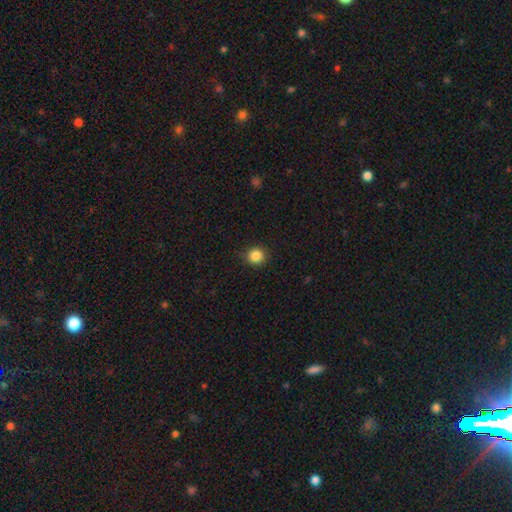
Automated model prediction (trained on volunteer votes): Overall: smooth (85%). How rounded: round (91%). Merging: none (89%).